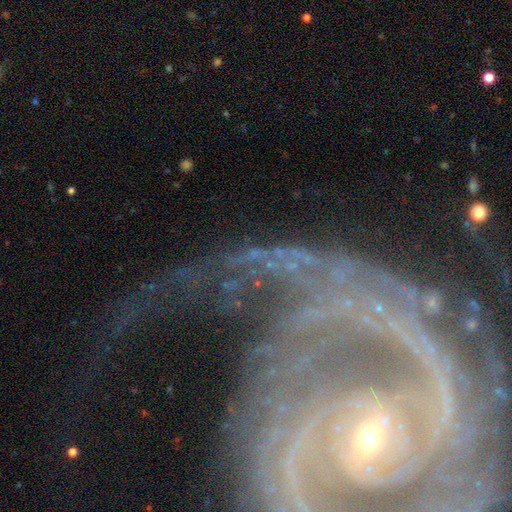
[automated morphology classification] type=featured or disk (77%); edge-on=no (93%); bar=no (37%); spiral arms=yes (90%); winding=tight (49%); arm count=2 (37%); bulge=small (68%); merging=none (58%).